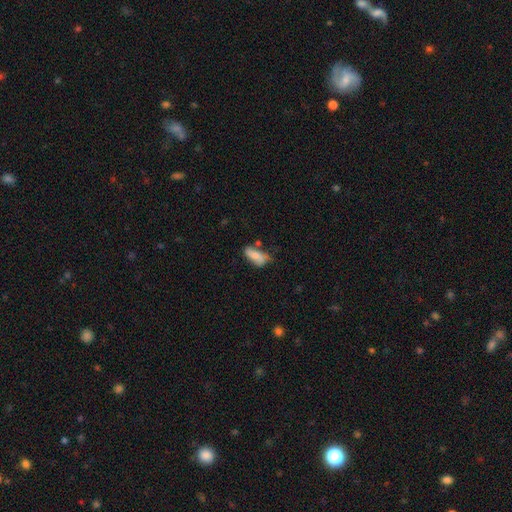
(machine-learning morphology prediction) This appears to be a smooth galaxy with no disk features (67%) that is in between round and cigar-shaped (83%). Merging: none (45%).